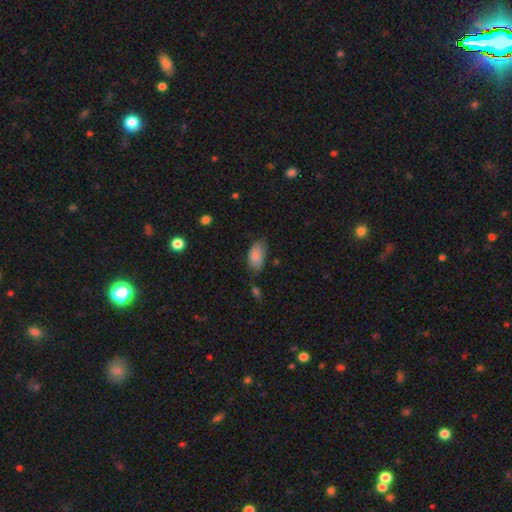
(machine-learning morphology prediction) Q: Smooth or featured?
A: smooth (87%); runner-up: star or artifact (7%)
Q: How rounded?
A: in between (93%); runner-up: round (3%)
Q: Merging?
A: none (64%); runner-up: minor disturbance (26%)